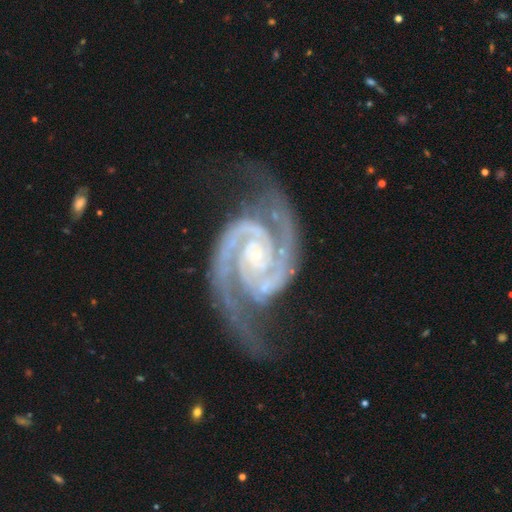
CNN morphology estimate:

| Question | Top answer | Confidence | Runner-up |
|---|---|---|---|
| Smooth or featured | featured or disk | 94% | star or artifact (4%) |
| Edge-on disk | no | 98% | yes (2%) |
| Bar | no | 67% | weak (21%) |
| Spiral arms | yes | 99% | no (1%) |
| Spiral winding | tight | 54% | medium (41%) |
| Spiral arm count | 2 | 93% | 3 (2%) |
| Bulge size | small | 82% | moderate (11%) |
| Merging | none | 69% | minor disturbance (19%) |